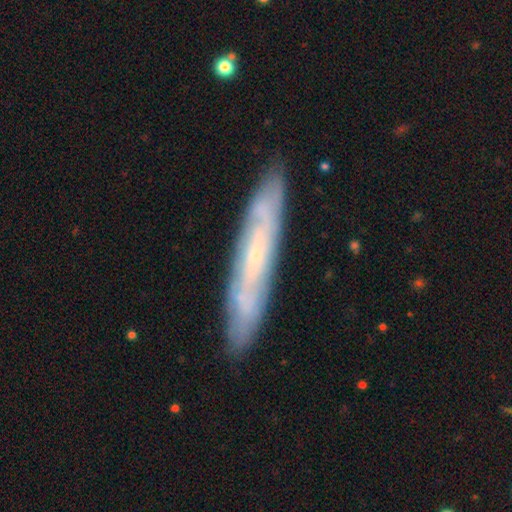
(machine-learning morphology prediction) Smooth or featured? Predicted: featured or disk (p=0.68). Edge-on disk? Predicted: yes (p=0.53). Merging? Predicted: none (p=0.87).